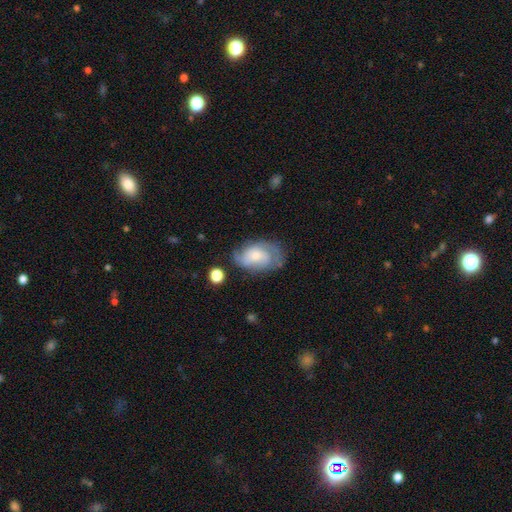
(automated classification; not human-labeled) The model was most divided on "bulge size": small: 50%, moderate: 39%, large: 5%, none: 4%, dominant: 1%. More confident: edge-on disk — no (96%); spiral arms — yes (84%); bar — no (66%); smooth or featured — featured or disk (58%); merging — none (57%).